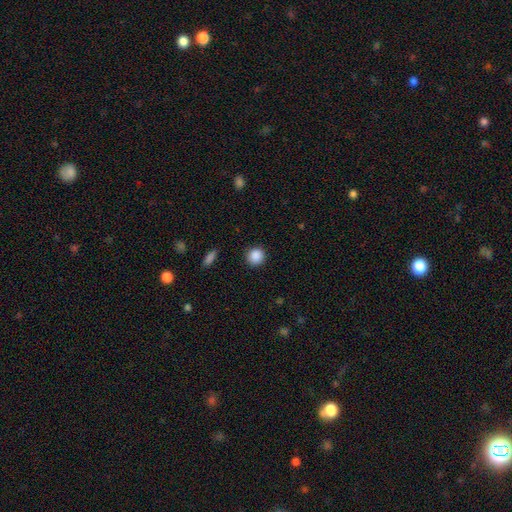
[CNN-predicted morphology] Q: Smooth or featured?
A: smooth (88%); runner-up: star or artifact (9%)
Q: How rounded?
A: round (91%); runner-up: in between (8%)
Q: Merging?
A: none (90%); runner-up: minor disturbance (6%)